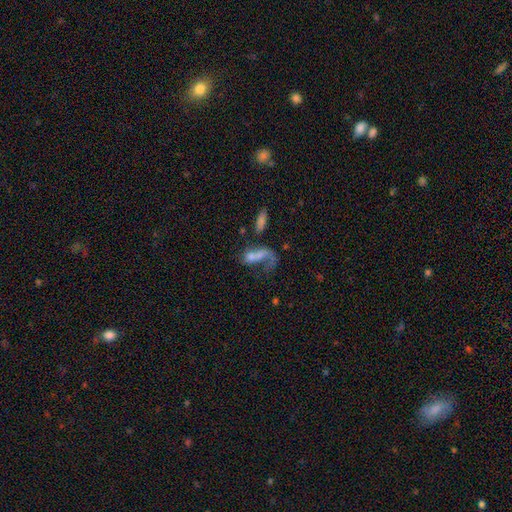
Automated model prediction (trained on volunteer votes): Overall: smooth (47%; featured or disk 42%). Merging: merger (47%; major disturbance 28%).